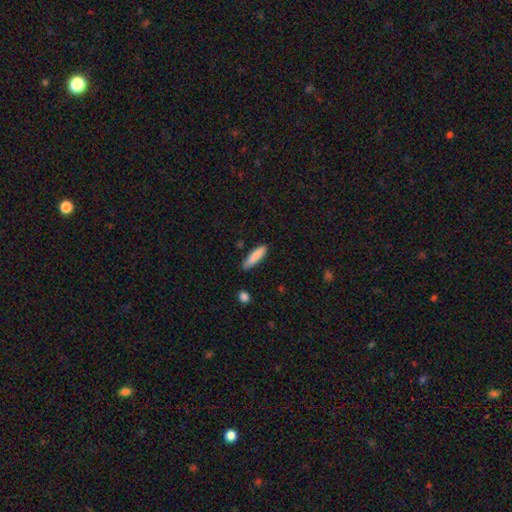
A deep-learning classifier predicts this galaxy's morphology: Q: Smooth or featured?
A: smooth (86%); runner-up: featured or disk (8%)
Q: How rounded?
A: cigar-shaped (73%); runner-up: in between (26%)
Q: Merging?
A: none (82%); runner-up: minor disturbance (13%)